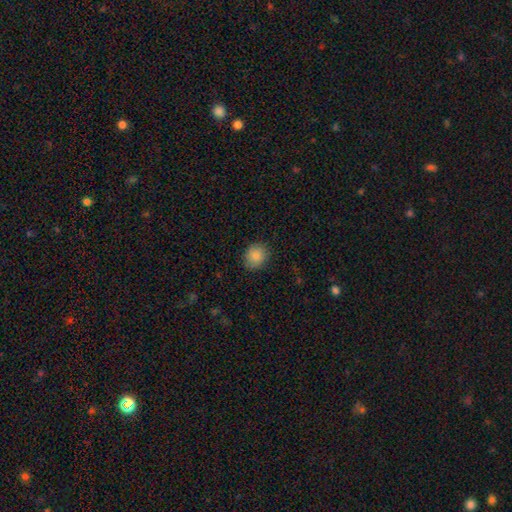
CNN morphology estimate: A smooth galaxy with no disk features (87%) that is round (71%). Merging: none (87%).